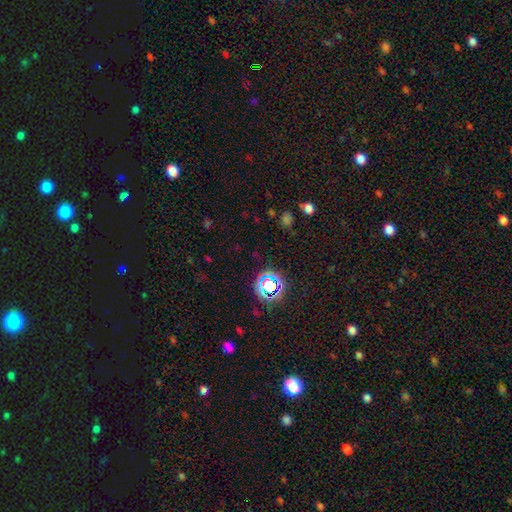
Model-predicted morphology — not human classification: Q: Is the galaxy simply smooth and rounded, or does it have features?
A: star or artifact — 65%.